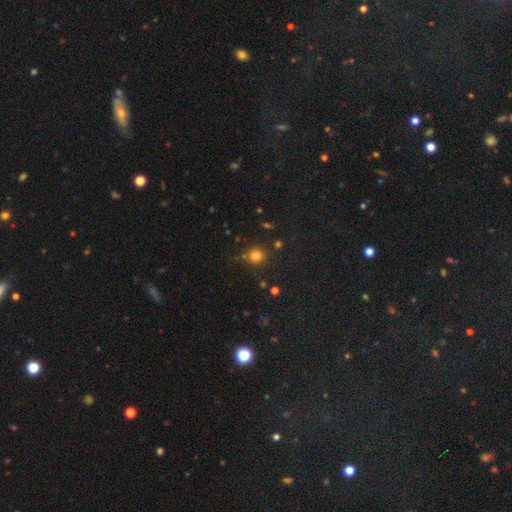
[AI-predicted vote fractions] Overall: smooth (77%). How rounded: round (93%). Merging: none (81%).